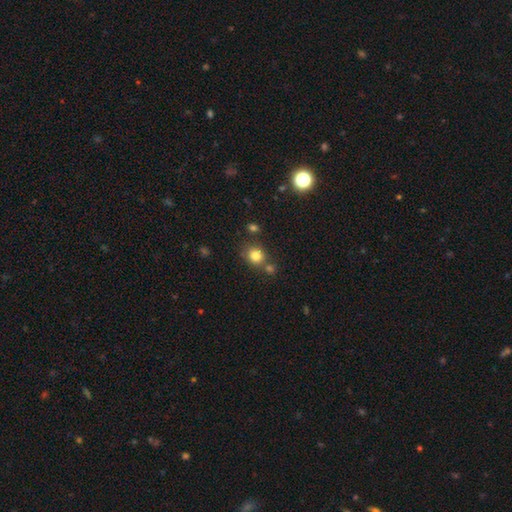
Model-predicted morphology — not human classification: smooth_or_featured: smooth (p=0.81) [alt: star or artifact p=0.12]
how_rounded: round (p=0.80) [alt: in between p=0.19]
merging: none (p=0.68) [alt: merger p=0.18]